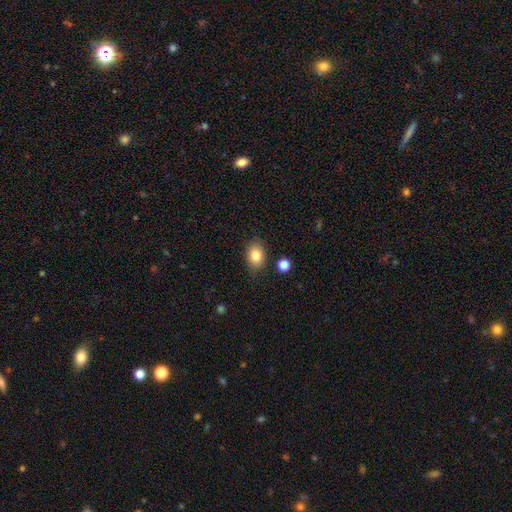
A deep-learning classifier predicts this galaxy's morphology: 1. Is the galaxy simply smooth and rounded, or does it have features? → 83% smooth, 9% star or artifact, 8% featured or disk.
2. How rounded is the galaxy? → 73% in between, 26% round, 1% cigar-shaped.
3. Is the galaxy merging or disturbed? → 82% none, 12% minor disturbance, 3% major disturbance, 3% merger.